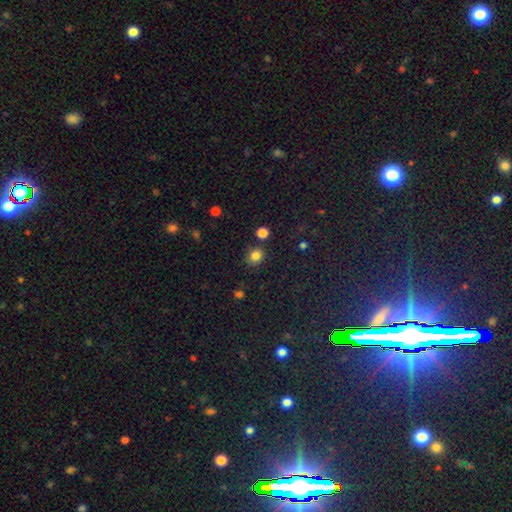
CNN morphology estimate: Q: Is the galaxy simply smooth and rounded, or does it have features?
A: smooth — 82%.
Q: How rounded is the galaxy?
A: round — 77%.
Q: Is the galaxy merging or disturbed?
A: none — 81%.